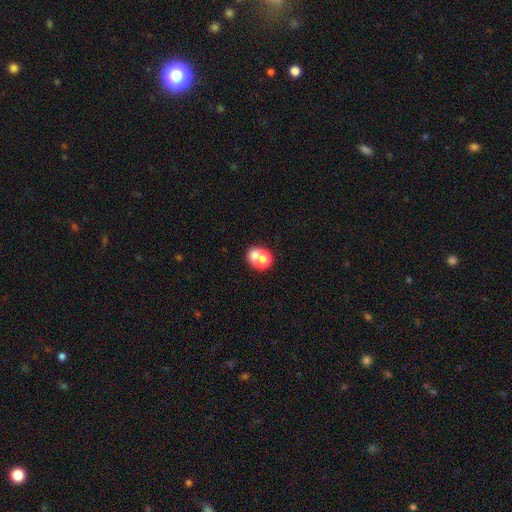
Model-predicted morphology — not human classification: Q: Smooth or featured?
A: smooth (69%); runner-up: featured or disk (18%)
Q: How rounded?
A: round (58%); runner-up: in between (41%)
Q: Merging?
A: merger (49%); runner-up: none (35%)